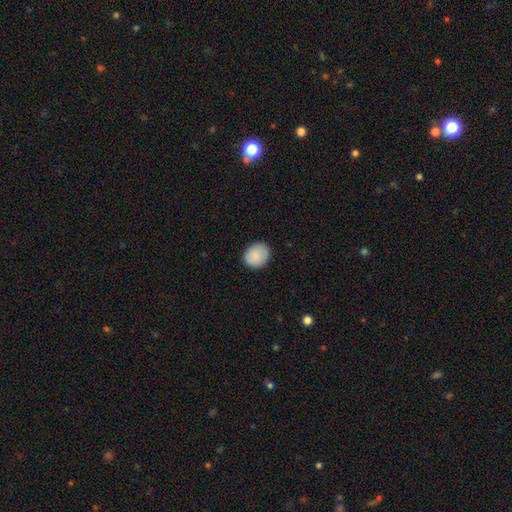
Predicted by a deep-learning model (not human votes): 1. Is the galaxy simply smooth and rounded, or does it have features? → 89% smooth, 7% star or artifact, 4% featured or disk.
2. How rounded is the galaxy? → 59% round, 40% in between, 1% cigar-shaped.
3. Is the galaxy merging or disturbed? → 88% none, 9% minor disturbance, 2% major disturbance, 1% merger.